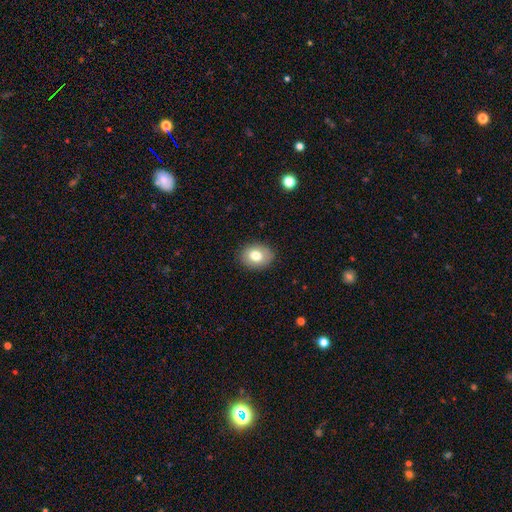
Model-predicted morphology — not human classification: This appears to be a smooth galaxy with no disk features (78%) that is in between round and cigar-shaped (63%). Merging: none (88%).